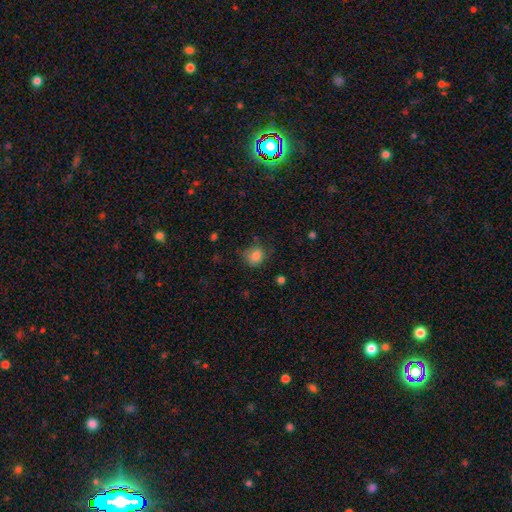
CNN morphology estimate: type=smooth (84%); roundness=round (71%); merging=none (63%).